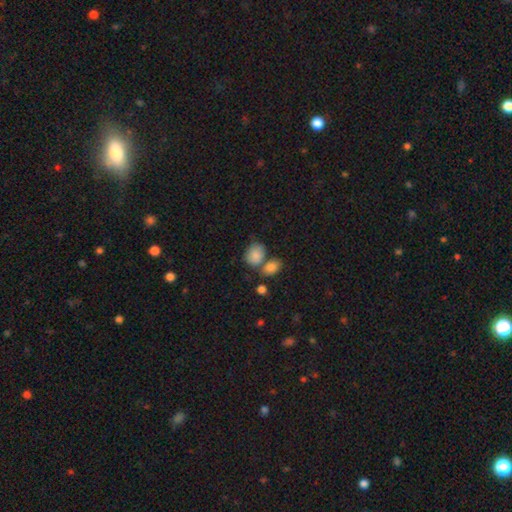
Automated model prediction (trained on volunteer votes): Smooth or featured?
  - smooth: 85% *
  - star or artifact: 8%
  - featured or disk: 7%
How rounded?
  - in between: 59% *
  - round: 40%
  - cigar-shaped: 1%
Merging?
  - none: 45% *
  - merger: 35%
  - minor disturbance: 15%
  - major disturbance: 5%